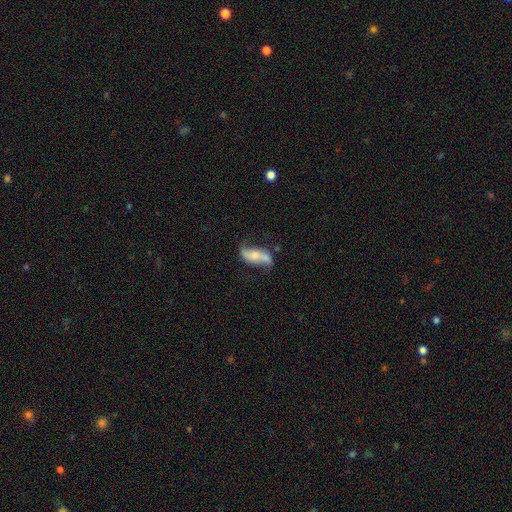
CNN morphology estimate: featured or disk 66%, smooth 27%, star or artifact 7%. Down the decision tree: edge-on disk — no (87%); bar — no (52%); spiral arms — yes (86%); bulge size — moderate (45%); merging — none (59%).